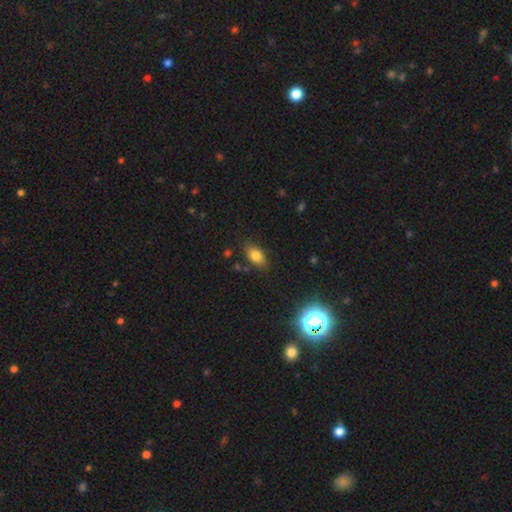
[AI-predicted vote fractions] This appears to be a smooth galaxy with no disk features (77%) that is in between round and cigar-shaped (86%). Merging: none (78%).